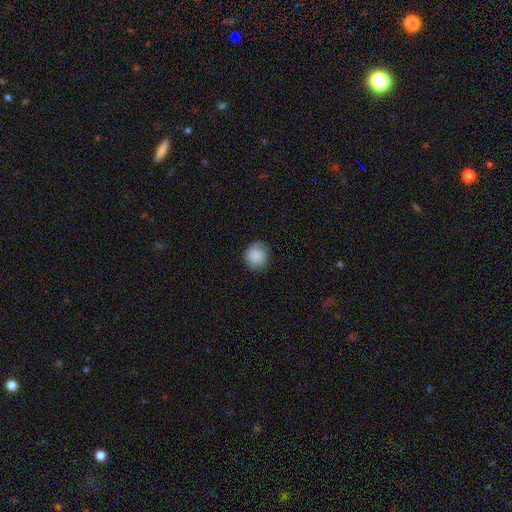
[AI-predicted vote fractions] Smooth or featured: smooth — 78% (featured or disk — 14%)
How rounded: round — 79% (in between — 20%)
Merging: none — 63% (minor disturbance — 26%)